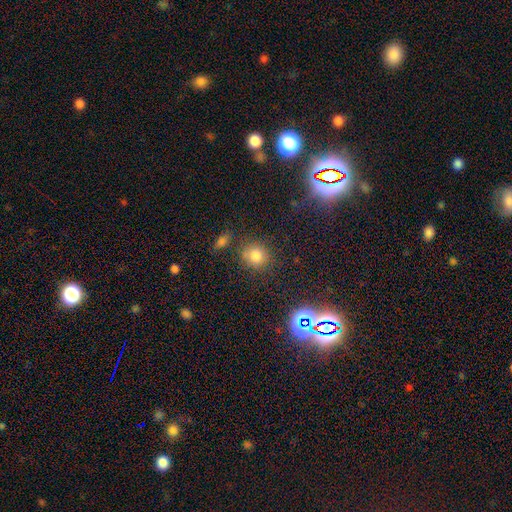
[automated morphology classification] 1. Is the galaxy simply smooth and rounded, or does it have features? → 77% smooth, 16% star or artifact, 7% featured or disk.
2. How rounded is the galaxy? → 85% round, 13% in between, 1% cigar-shaped.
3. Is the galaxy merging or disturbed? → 78% none, 11% minor disturbance, 6% merger, 4% major disturbance.